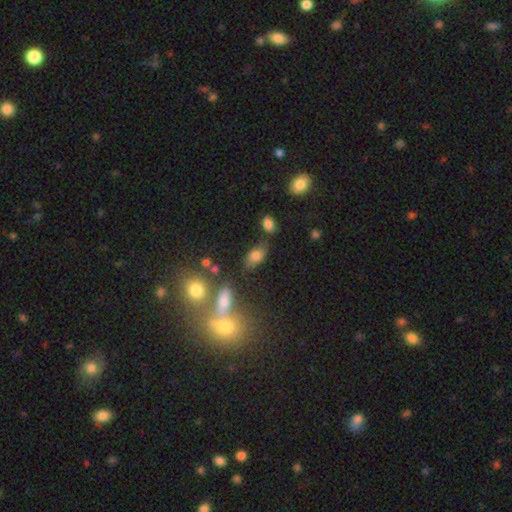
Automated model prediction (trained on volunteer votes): Smooth or featured: smooth — 71% (featured or disk — 16%)
How rounded: in between — 88% (round — 9%)
Merging: none — 61% (minor disturbance — 21%)